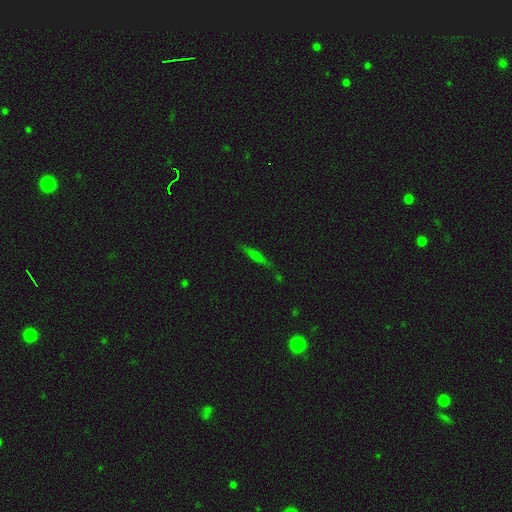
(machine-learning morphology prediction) featured or disk 46%, smooth 40%, star or artifact 13%. Down the decision tree: merging — none (83%).